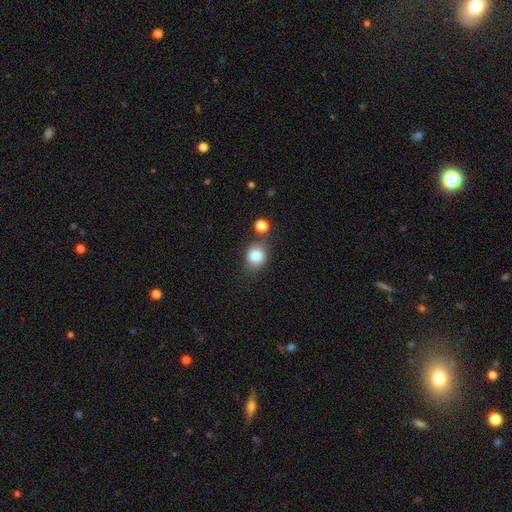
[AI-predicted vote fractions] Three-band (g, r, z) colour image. It shows a smooth galaxy with no disk features (81%) that is round (66%). Merging: none (67%).